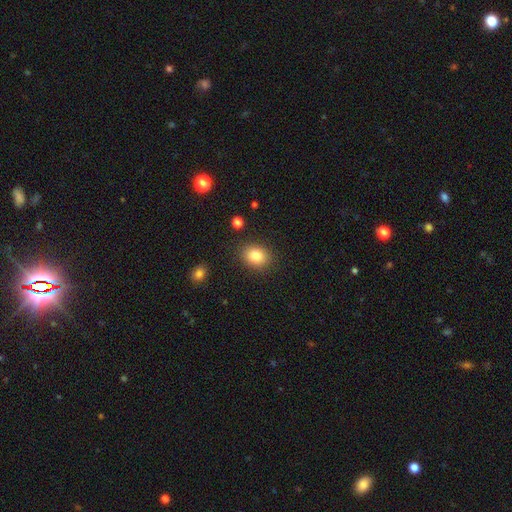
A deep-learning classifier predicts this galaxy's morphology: type=smooth (83%); roundness=in between (58%); merging=none (86%).